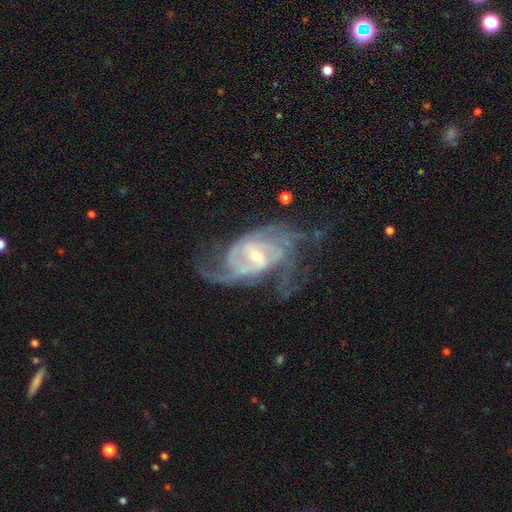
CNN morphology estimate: The model was most divided on "spiral winding": medium: 46%, tight: 37%, loose: 17%. Remaining: spiral arms — yes (97%); edge-on disk — no (96%); smooth or featured — featured or disk (89%); bulge size — small (56%); merging — none (55%); bar — weak (51%); spiral arm count — 2 (34%).